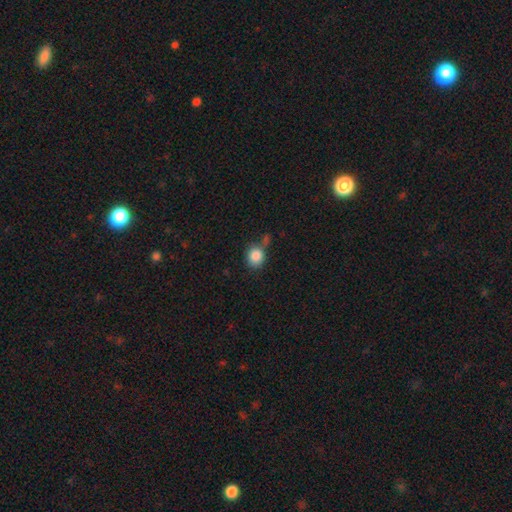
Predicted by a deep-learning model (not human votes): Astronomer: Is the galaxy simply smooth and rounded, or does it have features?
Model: smooth — 86%.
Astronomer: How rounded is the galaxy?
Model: round — 78%.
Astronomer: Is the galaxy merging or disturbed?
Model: none — 65%.